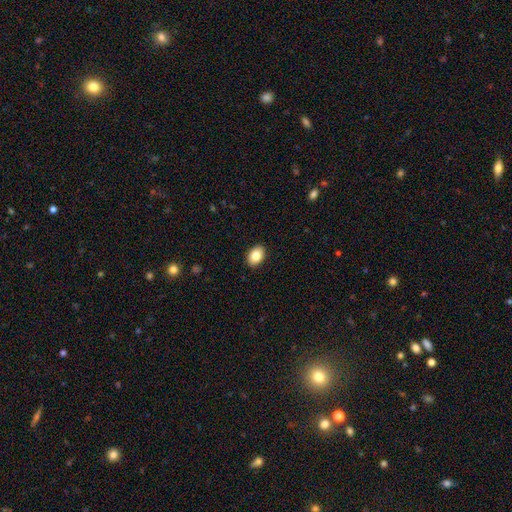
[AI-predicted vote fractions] Smooth or featured?
  - smooth: 83% *
  - featured or disk: 9%
  - star or artifact: 8%
How rounded?
  - in between: 82% *
  - round: 17%
  - cigar-shaped: 1%
Merging?
  - none: 90% *
  - minor disturbance: 7%
  - major disturbance: 2%
  - merger: 1%